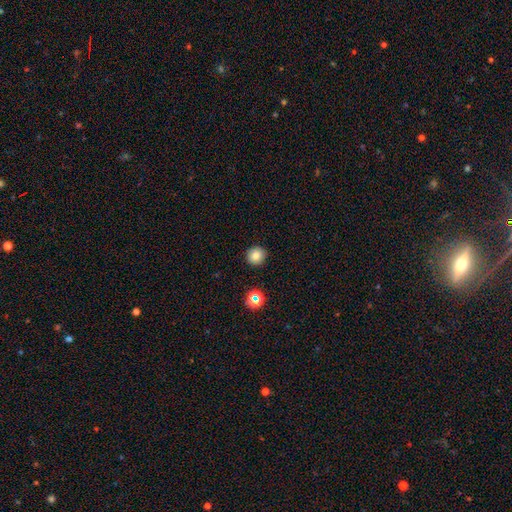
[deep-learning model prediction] Smooth or featured? smooth (80%)
How rounded? round (93%)
Merging? none (92%)